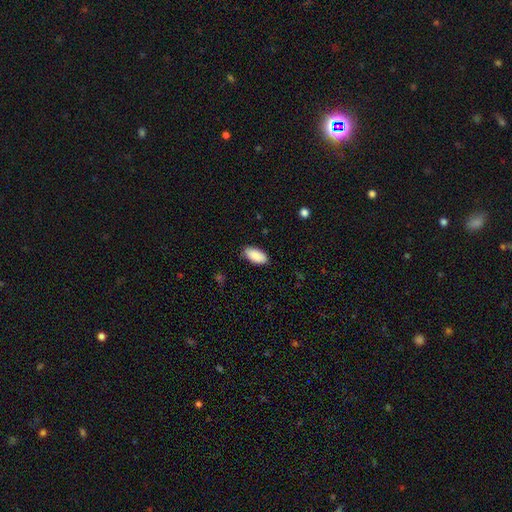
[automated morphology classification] A smooth galaxy with no disk features (90%) that is in between round and cigar-shaped (93%).

Vote fractions:
- Smooth or featured? smooth: 90% / star or artifact: 6% / featured or disk: 4%
- How rounded? in between: 93% / cigar-shaped: 5% / round: 2%
- Merging? none: 86% / minor disturbance: 11% / major disturbance: 2% / merger: 1%